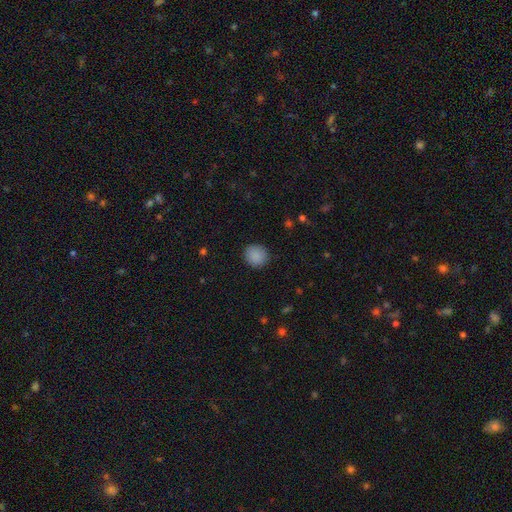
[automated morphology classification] This appears to be a smooth galaxy with no disk features (88%) that is round (88%). Merging: none (90%).